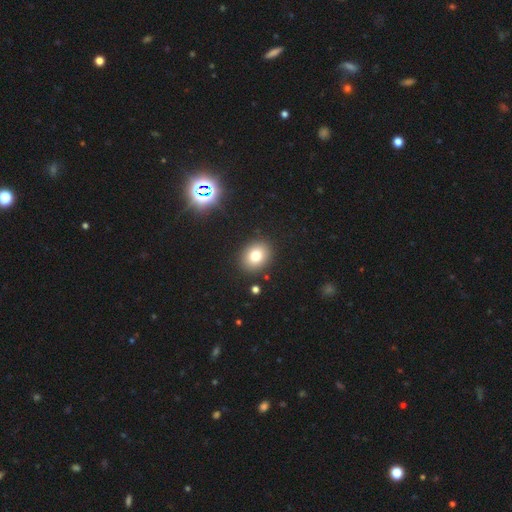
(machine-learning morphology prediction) Smooth or featured: smooth — 77% (star or artifact — 13%)
How rounded: in between — 50% (round — 49%)
Merging: none — 89% (minor disturbance — 7%)